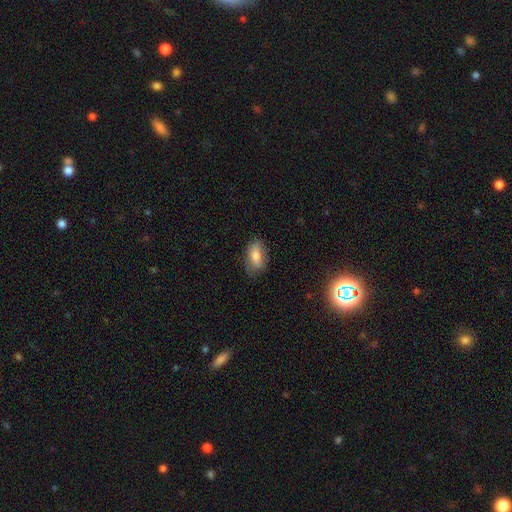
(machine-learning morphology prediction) The model was most divided on "smooth or featured": smooth: 73%, featured or disk: 20%, star or artifact: 7%. More confident: how rounded — in between (87%); merging — none (75%).